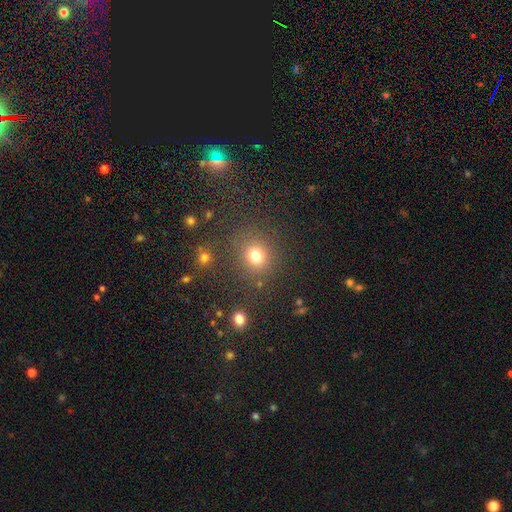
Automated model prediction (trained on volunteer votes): Smooth or featured: smooth — 75% (star or artifact — 19%)
How rounded: round — 85% (in between — 14%)
Merging: none — 81% (minor disturbance — 9%)